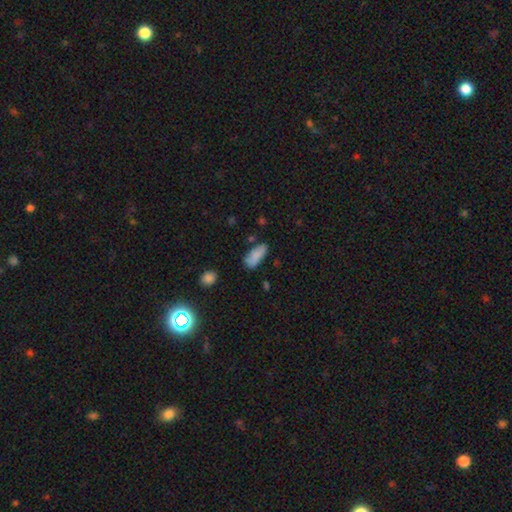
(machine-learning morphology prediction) This is clearly a smooth galaxy (84%). How rounded: clearly in between (82%). Merging: likely none (66%).